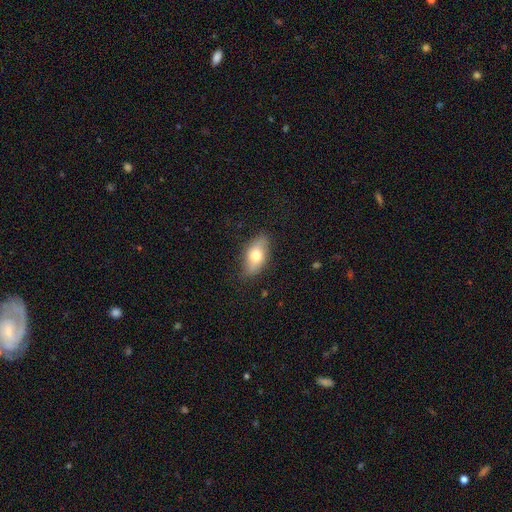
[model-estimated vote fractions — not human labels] A smooth galaxy with no disk features (67%) that is in between round and cigar-shaped (88%). Merging: none (79%).